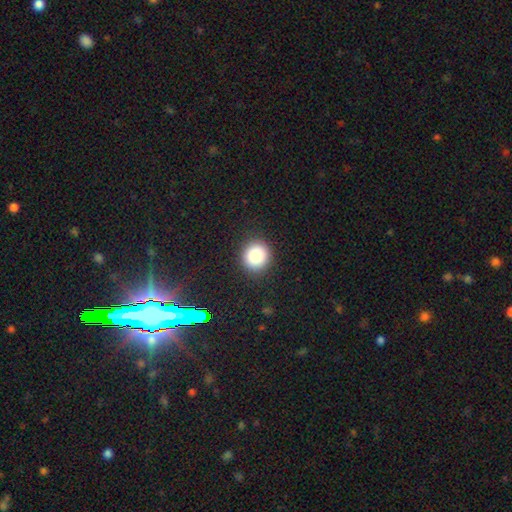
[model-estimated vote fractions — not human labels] A smooth galaxy with no disk features (86%) that is round (90%).

Vote fractions:
- Smooth or featured? smooth: 86% / star or artifact: 10% / featured or disk: 4%
- How rounded? round: 90% / in between: 9% / cigar-shaped: 1%
- Merging? none: 91% / minor disturbance: 6% / major disturbance: 2% / merger: 1%